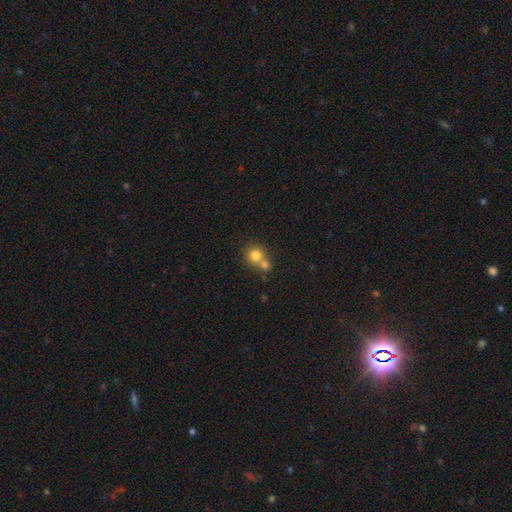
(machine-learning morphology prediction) Smooth or featured: smooth — 79% (star or artifact — 11%)
How rounded: round — 87% (in between — 12%)
Merging: merger — 50% (none — 41%)